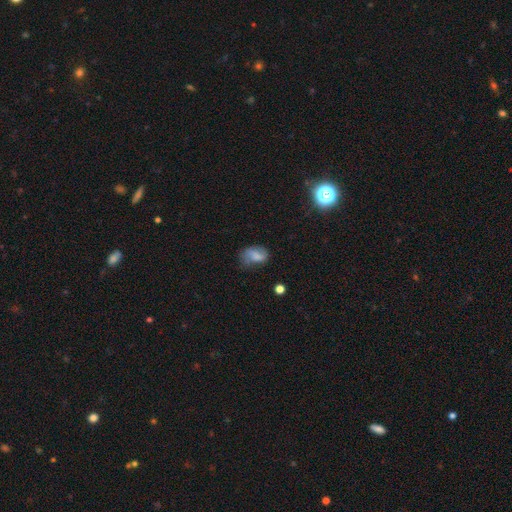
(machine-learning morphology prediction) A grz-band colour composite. It shows a smooth galaxy with no disk features (66%) that is in between round and cigar-shaped (82%). Merging: none (43%).